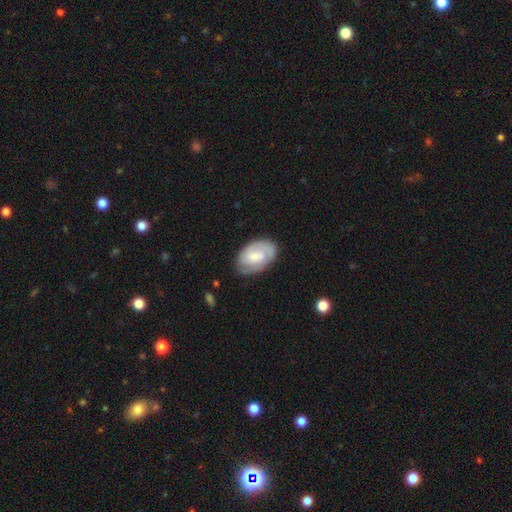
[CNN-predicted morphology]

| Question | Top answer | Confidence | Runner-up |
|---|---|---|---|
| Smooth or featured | featured or disk | 62% | smooth (32%) |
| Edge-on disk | no | 97% | yes (3%) |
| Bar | no | 51% | weak (41%) |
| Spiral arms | yes | 85% | no (15%) |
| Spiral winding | tight | 54% | medium (35%) |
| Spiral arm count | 2 | 55% | can't tell (25%) |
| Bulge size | small | 45% | moderate (36%) |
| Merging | none | 73% | minor disturbance (19%) |